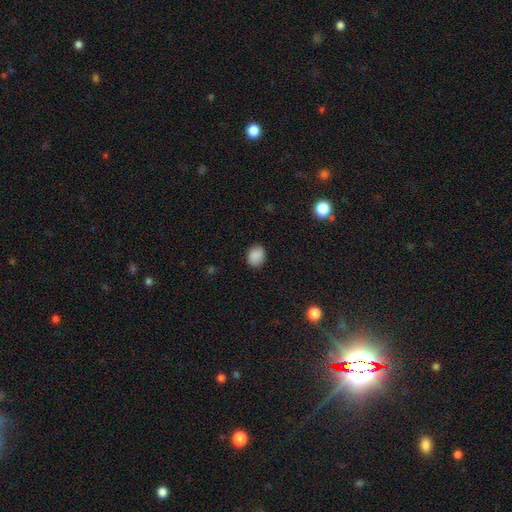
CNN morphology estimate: Q: Smooth or featured?
A: smooth (88%); runner-up: star or artifact (8%)
Q: How rounded?
A: in between (51%); runner-up: round (49%)
Q: Merging?
A: none (86%); runner-up: minor disturbance (11%)